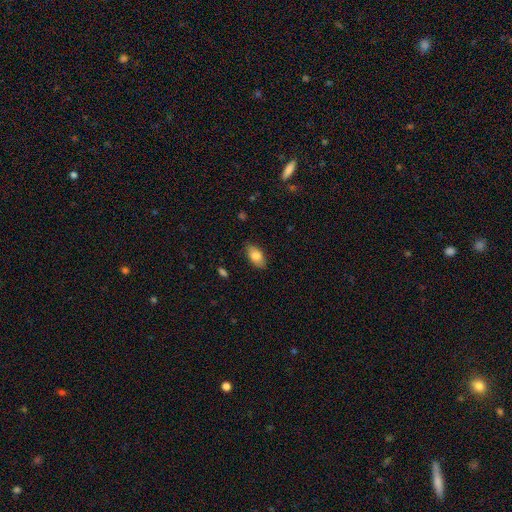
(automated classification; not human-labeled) Smooth or featured? Predicted: smooth (p=0.82). How rounded? Predicted: in between (p=0.92). Merging? Predicted: none (p=0.84).